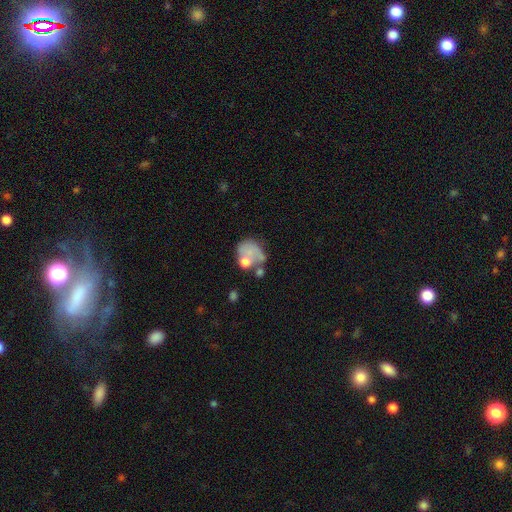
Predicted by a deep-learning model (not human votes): A smooth galaxy with no disk features (58%) that is round (57%). Merging: none (30%).